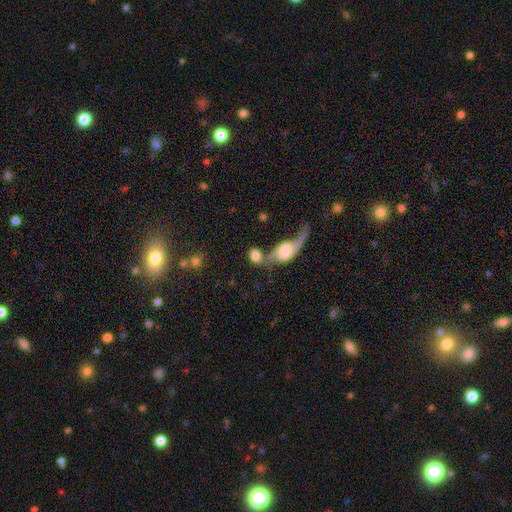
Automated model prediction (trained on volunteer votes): Smooth or featured? Predicted: smooth (p=0.64). How rounded? Predicted: in between (p=0.61). Merging? Predicted: merger (p=0.43).